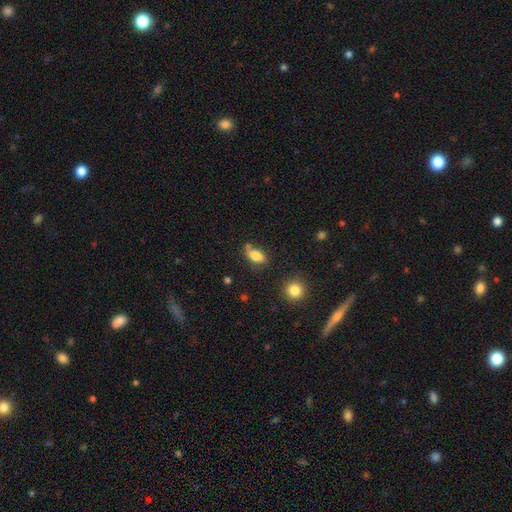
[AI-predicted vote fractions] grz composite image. It shows a smooth galaxy with no disk features (81%) that is in between round and cigar-shaped (86%). Merging: none (61%).